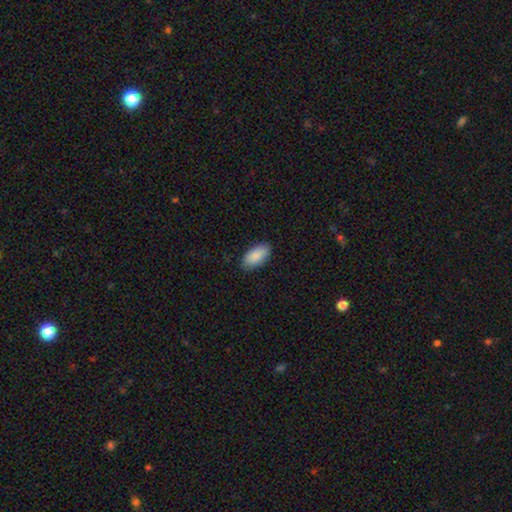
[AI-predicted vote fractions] smooth_or_featured: smooth (p=0.88) [alt: star or artifact p=0.06]
how_rounded: in between (p=0.93) [alt: cigar-shaped p=0.05]
merging: none (p=0.86) [alt: minor disturbance p=0.11]